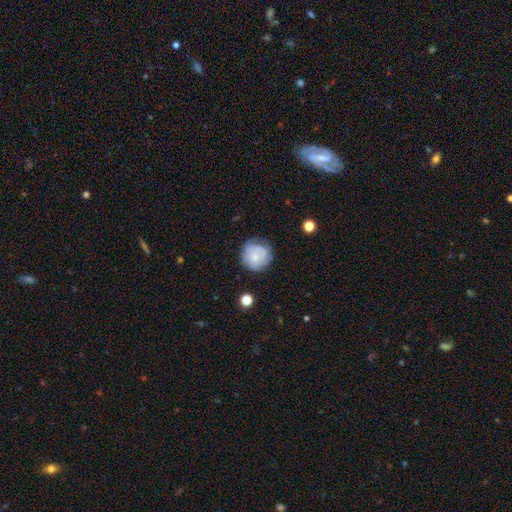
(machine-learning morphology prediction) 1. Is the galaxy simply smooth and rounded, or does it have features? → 48% smooth, 44% featured or disk, 8% star or artifact.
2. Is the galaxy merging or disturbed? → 66% none, 23% minor disturbance, 8% major disturbance, 2% merger.